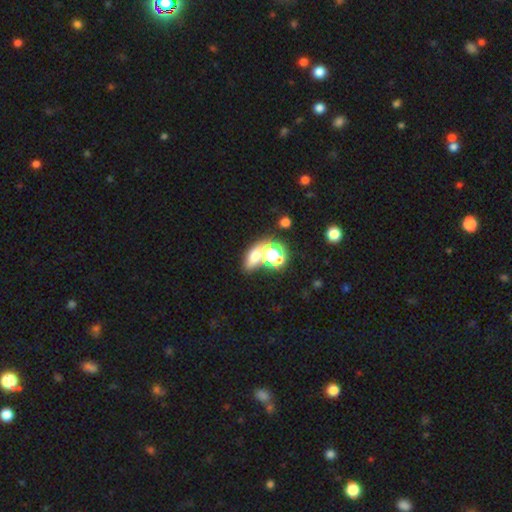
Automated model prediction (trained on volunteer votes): A smooth galaxy with no disk features (54%) that is in between round and cigar-shaped (58%).

Vote fractions:
- Smooth or featured? smooth: 54% / star or artifact: 31% / featured or disk: 14%
- How rounded? in between: 58% / round: 34% / cigar-shaped: 8%
- Merging? none: 44% / merger: 38% / minor disturbance: 11% / major disturbance: 7%